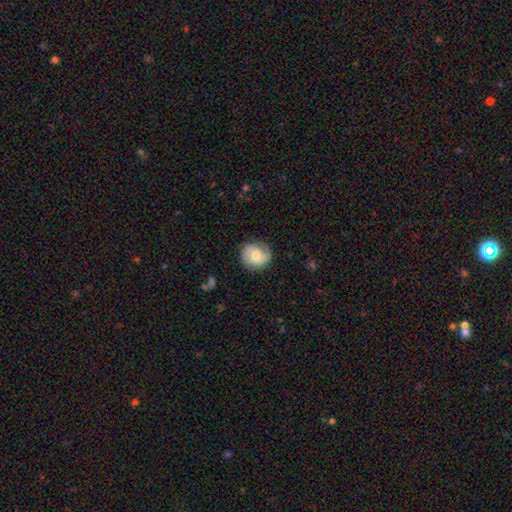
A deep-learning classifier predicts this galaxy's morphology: A smooth galaxy with no disk features (54%) that is round (79%). Merging: none (73%).